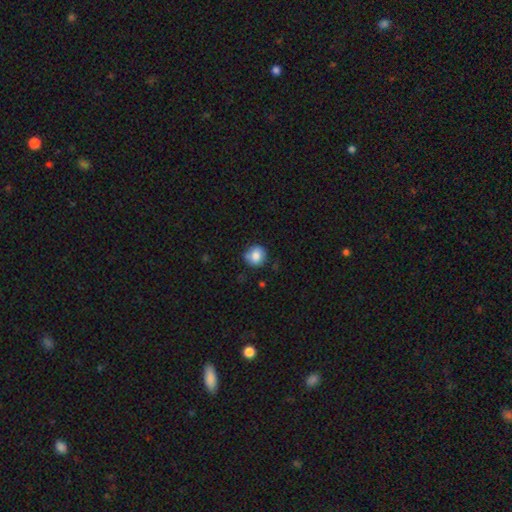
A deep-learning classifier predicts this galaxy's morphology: A smooth galaxy with no disk features (81%) that is round (89%).

Vote fractions:
- Smooth or featured? smooth: 81% / featured or disk: 10% / star or artifact: 9%
- How rounded? round: 89% / in between: 10% / cigar-shaped: 1%
- Merging? none: 76% / minor disturbance: 15% / merger: 5% / major disturbance: 3%